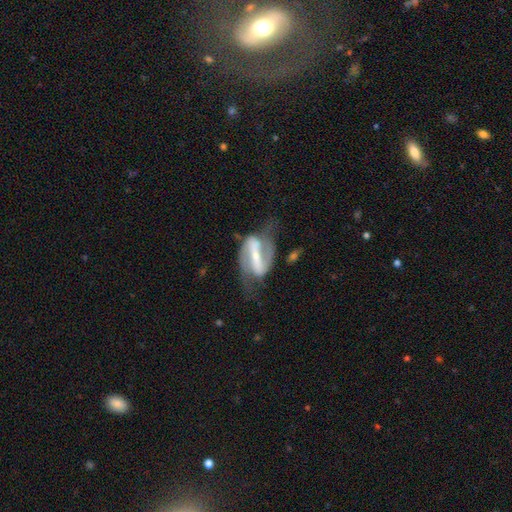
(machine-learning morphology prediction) Q: Smooth or featured?
A: featured or disk (87%); runner-up: smooth (8%)
Q: Edge-on disk?
A: no (93%); runner-up: yes (7%)
Q: Bar?
A: strong (79%); runner-up: weak (16%)
Q: Spiral arms?
A: yes (90%); runner-up: no (10%)
Q: Spiral winding?
A: medium (49%); runner-up: loose (32%)
Q: Spiral arm count?
A: 2 (90%); runner-up: can't tell (4%)
Q: Bulge size?
A: small (52%); runner-up: moderate (33%)
Q: Merging?
A: none (61%); runner-up: major disturbance (18%)